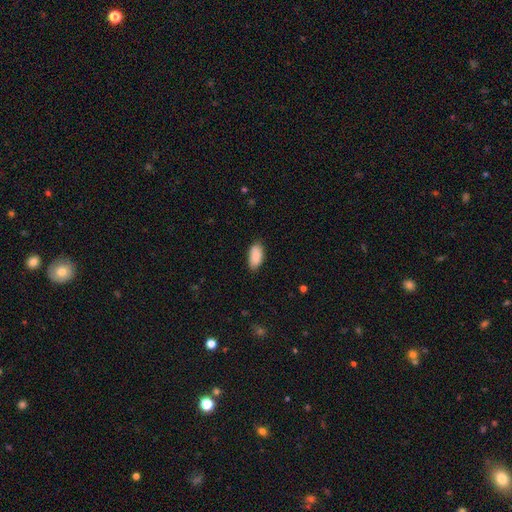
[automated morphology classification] This appears to be a smooth galaxy with no disk features (90%) that is in between round and cigar-shaped (93%). Merging: none (82%).